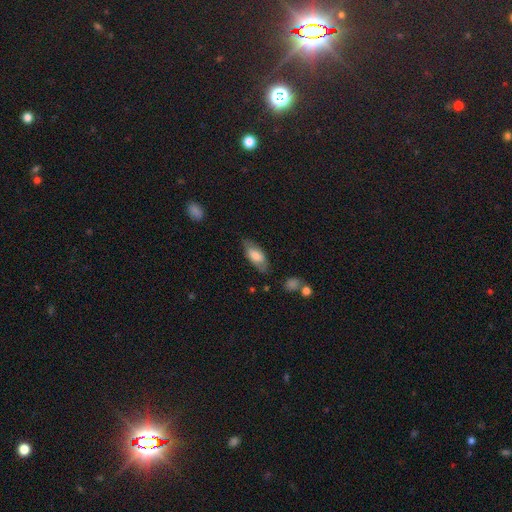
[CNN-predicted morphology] A smooth galaxy with no disk features (63%) that is in between round and cigar-shaped (83%). Merging: none (73%).